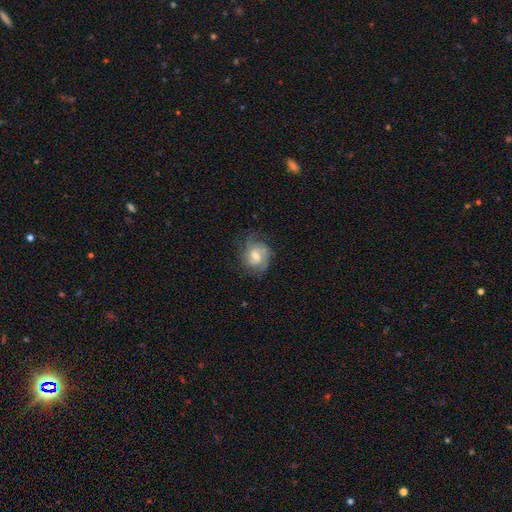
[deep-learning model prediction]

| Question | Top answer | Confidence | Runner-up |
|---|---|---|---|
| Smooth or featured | featured or disk | 70% | smooth (22%) |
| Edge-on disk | no | 97% | yes (3%) |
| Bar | no | 56% | weak (37%) |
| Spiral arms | yes | 91% | no (9%) |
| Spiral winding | tight | 49% | medium (38%) |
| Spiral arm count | can't tell | 29% | 2 (28%) |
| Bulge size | moderate | 62% | small (28%) |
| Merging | none | 69% | minor disturbance (20%) |